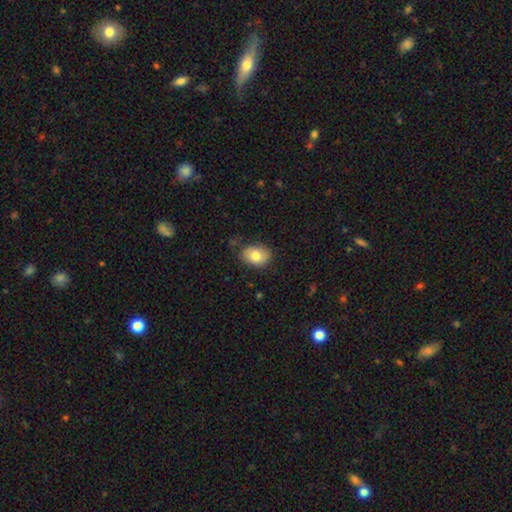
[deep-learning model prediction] Smooth or featured? smooth (80%)
How rounded? in between (67%)
Merging? none (77%)